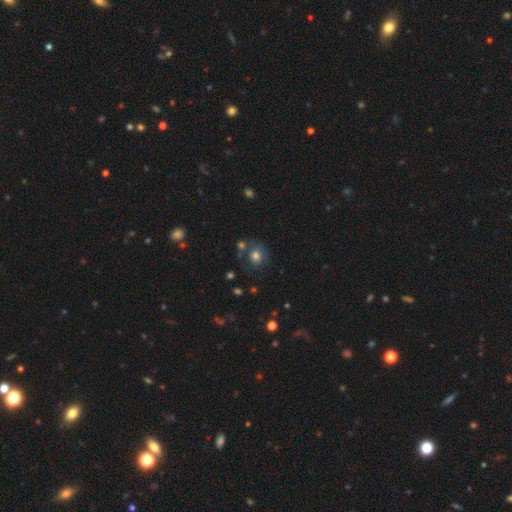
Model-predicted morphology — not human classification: Smooth or featured? smooth (71%)
How rounded? round (80%)
Merging? none (63%)